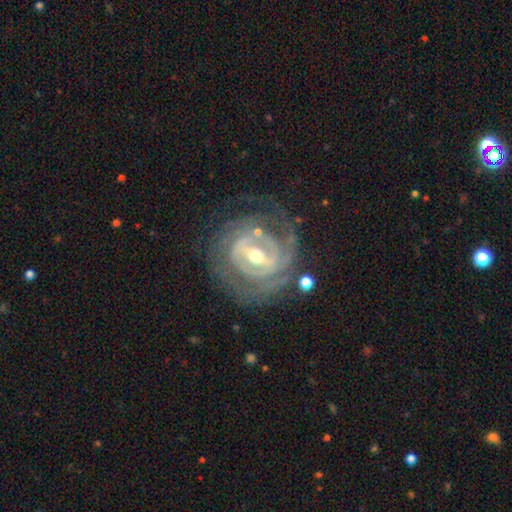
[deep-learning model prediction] featured or disk 90%, smooth 6%, star or artifact 5%. Down the decision tree: edge-on disk — no (96%); bar — strong (57%); spiral arms — yes (92%); spiral arm count — can't tell (30%); spiral winding — tight (72%); bulge size — moderate (61%); merging — none (68%).